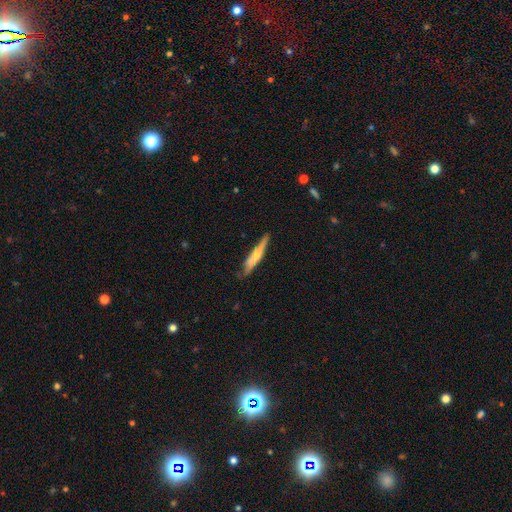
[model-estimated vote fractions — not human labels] Smooth or featured?
  - featured or disk: 49% *
  - smooth: 46%
  - star or artifact: 5%
Merging?
  - none: 77% *
  - minor disturbance: 18%
  - major disturbance: 3%
  - merger: 2%